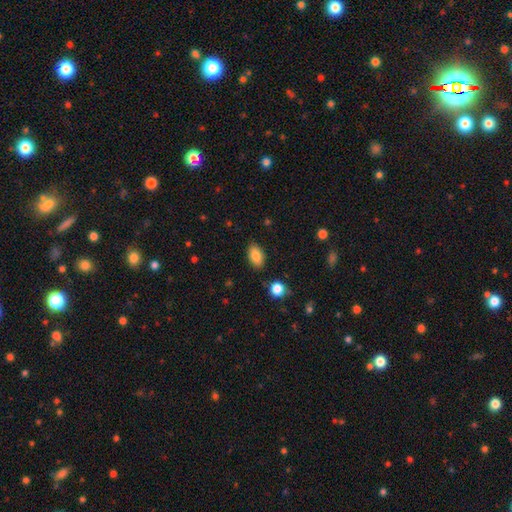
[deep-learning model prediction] Smooth or featured: smooth — 84% (star or artifact — 8%)
How rounded: in between — 91% (round — 6%)
Merging: none — 85% (minor disturbance — 10%)